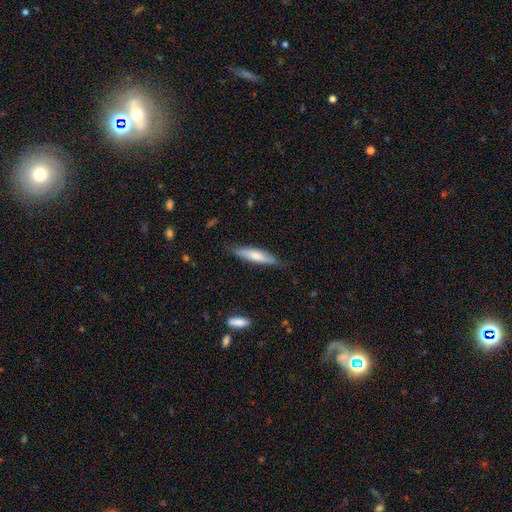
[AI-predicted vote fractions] The model was most divided on "smooth or featured": smooth: 65%, featured or disk: 30%, star or artifact: 5%. More confident: merging — none (77%); how rounded — cigar-shaped (74%).